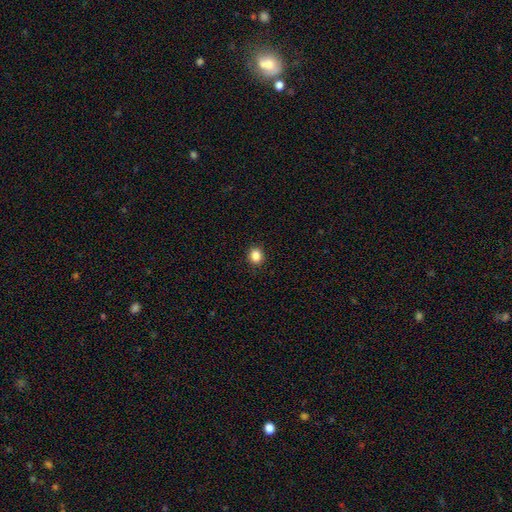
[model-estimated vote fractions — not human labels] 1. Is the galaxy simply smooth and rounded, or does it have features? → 86% smooth, 11% star or artifact, 3% featured or disk.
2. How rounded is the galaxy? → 78% round, 21% in between, 1% cigar-shaped.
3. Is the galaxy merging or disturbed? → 91% none, 6% minor disturbance, 2% major disturbance, 1% merger.